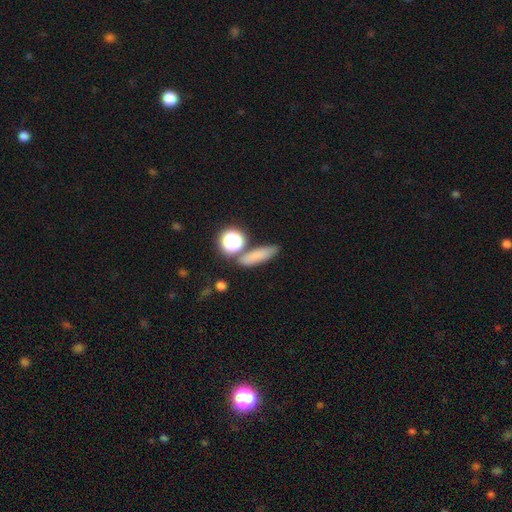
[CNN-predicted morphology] The model was most divided on "how rounded": cigar-shaped: 54%, in between: 28%, round: 18%. More confident: merging — none (75%); smooth or featured — smooth (74%).